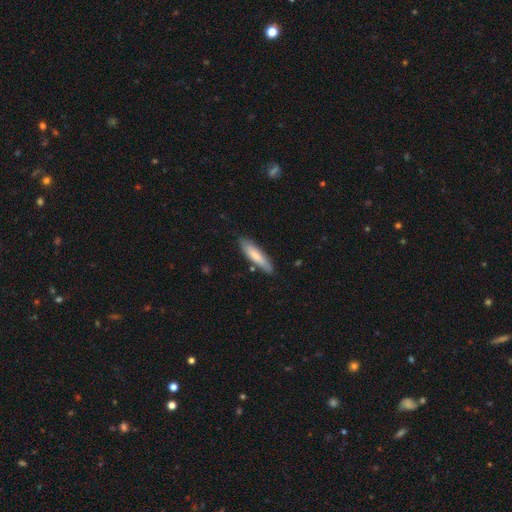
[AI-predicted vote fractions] The model was most divided on "how rounded": cigar-shaped: 72%, in between: 26%, round: 1%. More confident: merging — none (80%); smooth or featured — smooth (76%).